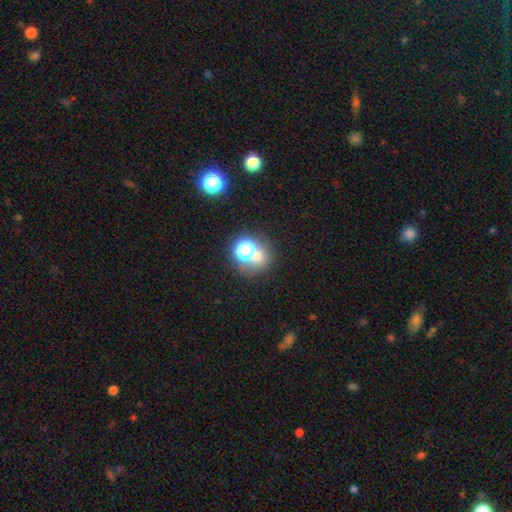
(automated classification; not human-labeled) Smooth or featured? smooth (52%)
How rounded? round (77%)
Merging? none (54%)